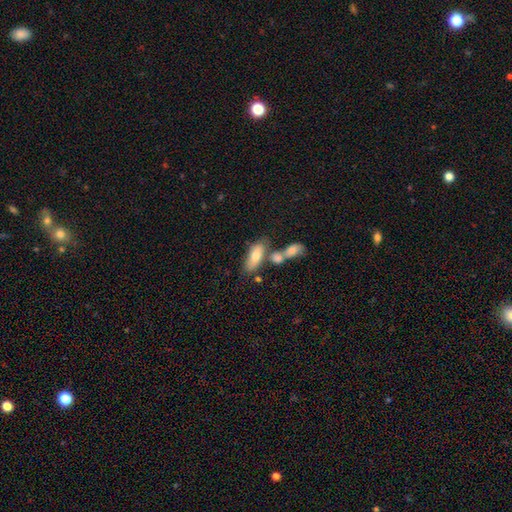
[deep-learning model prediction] Overall: smooth (71%). How rounded: in between (79%). Merging: none (48%; merger 34%).